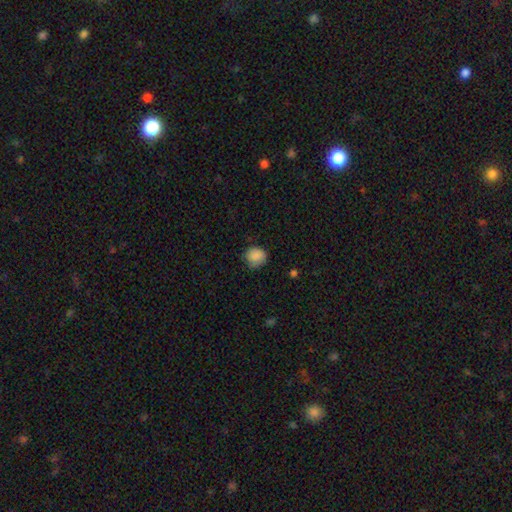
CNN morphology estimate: smooth-or-featured: smooth: 88% | star or artifact: 9% | featured or disk: 4%
  how-rounded: round: 88% | in between: 11% | cigar-shaped: 1%
  merging: none: 75% | minor disturbance: 20% | major disturbance: 4% | merger: 1%